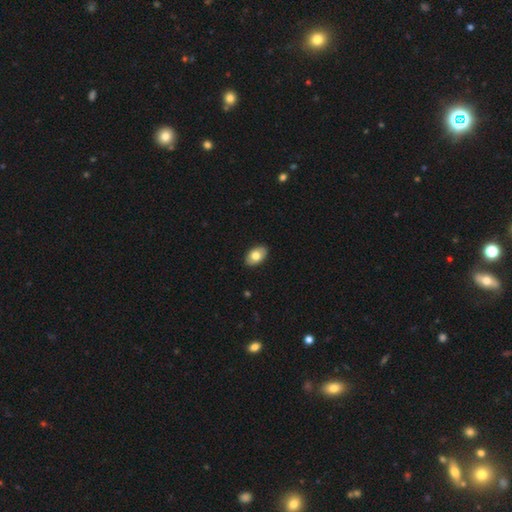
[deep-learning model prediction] Q: Smooth or featured?
A: smooth (78%); runner-up: featured or disk (16%)
Q: How rounded?
A: in between (93%); runner-up: round (6%)
Q: Merging?
A: none (90%); runner-up: minor disturbance (8%)